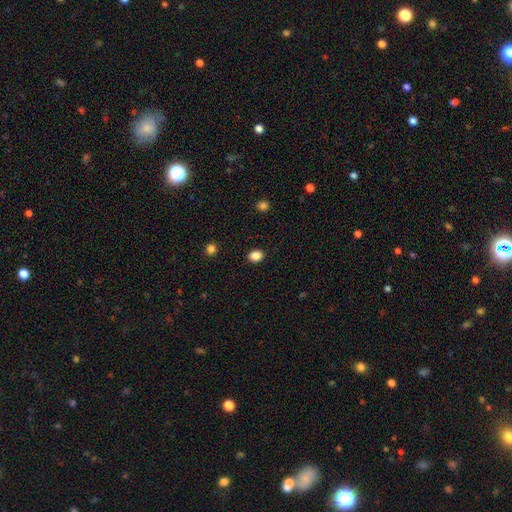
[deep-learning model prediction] smooth_or_featured: smooth (p=0.87) [alt: star or artifact p=0.10]
how_rounded: round (p=0.54) [alt: in between p=0.46]
merging: none (p=0.90) [alt: minor disturbance p=0.07]